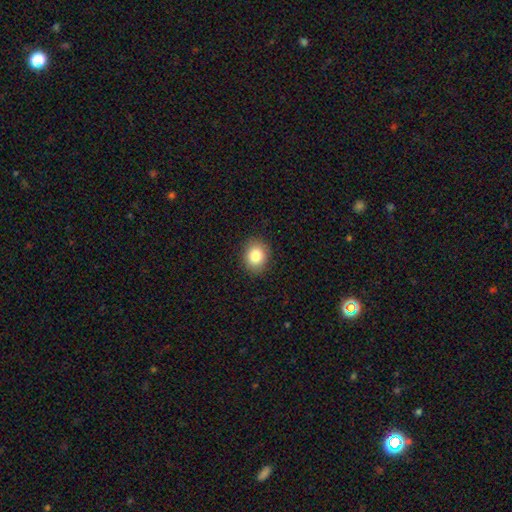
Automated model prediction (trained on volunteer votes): This is clearly a smooth galaxy (84%). How rounded: possibly round (55%). Merging: clearly none (89%).